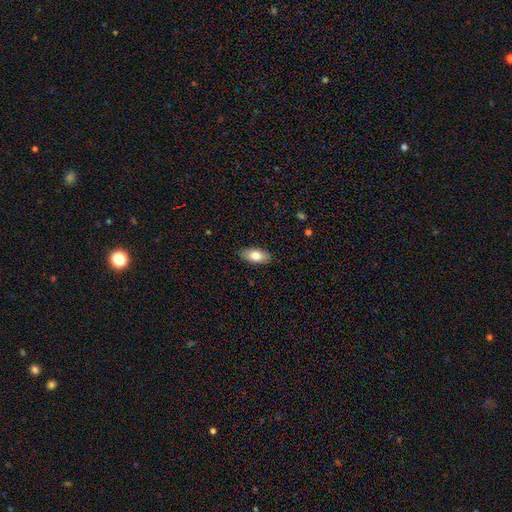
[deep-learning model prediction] This appears to be a smooth galaxy with no disk features (80%) that is in between round and cigar-shaped (89%). Merging: none (88%).